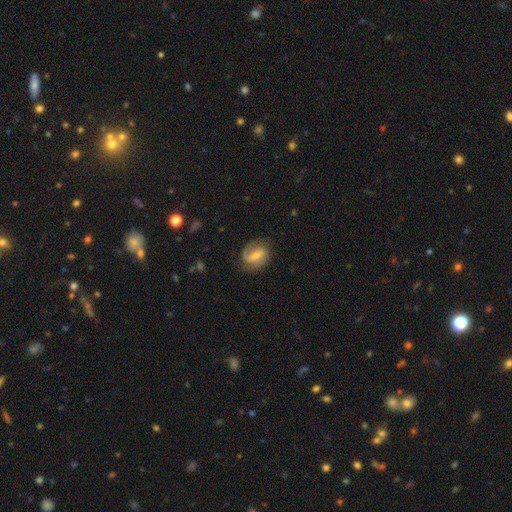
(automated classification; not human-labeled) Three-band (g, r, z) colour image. It shows a featured or disk galaxy (71%) with a weak bar (47%), 2 (66%) medium (44%) spiral arms (91%) and a moderate central bulge (47%). Merging: none (72%).